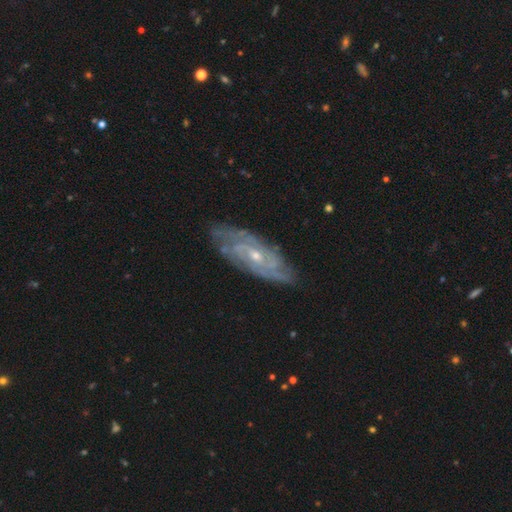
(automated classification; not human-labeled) smooth-or-featured: featured or disk: 86% | smooth: 8% | star or artifact: 6%
  disk-edge-on: no: 88% | yes: 12%
    bar: no: 61% | weak: 32% | strong: 7%
    has-spiral-arms: yes: 95% | no: 5%
      spiral-winding: tight: 61% | medium: 32% | loose: 7%
      spiral-arm-count: can't tell: 36% | 2: 24% | 3: 17% | 4: 12% | more than 4: 5% | 1: 5%
    bulge-size: small: 62% | moderate: 35% | none: 1% | large: 1% | dominant: 1%
  merging: none: 78% | minor disturbance: 16% | major disturbance: 4% | merger: 1%